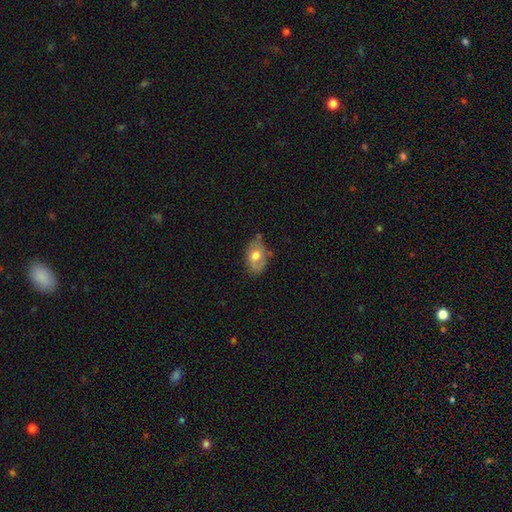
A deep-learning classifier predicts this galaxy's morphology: smooth_or_featured: smooth (p=0.60) [alt: featured or disk p=0.33]
how_rounded: in between (p=0.85) [alt: round p=0.14]
merging: none (p=0.54) [alt: minor disturbance p=0.33]